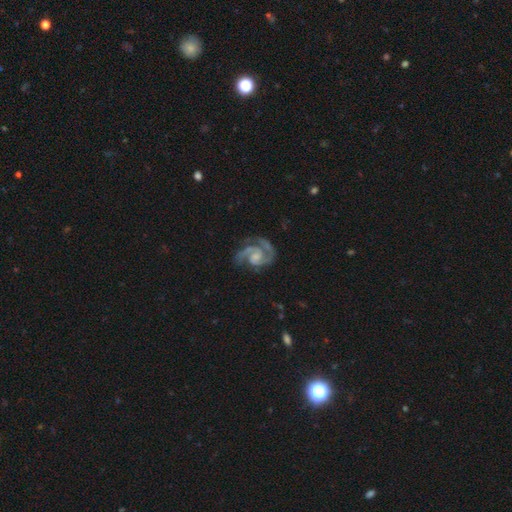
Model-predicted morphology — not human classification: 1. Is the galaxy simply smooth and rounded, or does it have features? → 91% featured or disk, 4% star or artifact, 4% smooth.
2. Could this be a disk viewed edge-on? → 98% no, 2% yes.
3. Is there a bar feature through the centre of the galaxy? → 59% no, 34% weak, 7% strong.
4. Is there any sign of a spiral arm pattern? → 98% yes, 2% no.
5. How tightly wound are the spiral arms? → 54% medium, 36% tight, 11% loose.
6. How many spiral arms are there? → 84% 2, 7% 3, 3% can't tell, 3% 1, 2% 4, 1% more than 4.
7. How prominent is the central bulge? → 41% small, 29% moderate, 24% none, 5% large, 1% dominant.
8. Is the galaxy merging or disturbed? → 66% none, 20% minor disturbance, 13% major disturbance, 2% merger.